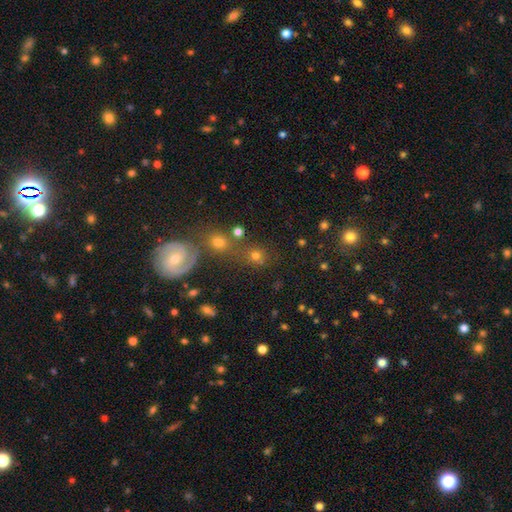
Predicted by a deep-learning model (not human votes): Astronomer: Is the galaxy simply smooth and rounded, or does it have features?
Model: smooth — 62%.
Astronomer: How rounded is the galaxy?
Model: round — 84%.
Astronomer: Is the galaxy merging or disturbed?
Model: none — 64%.